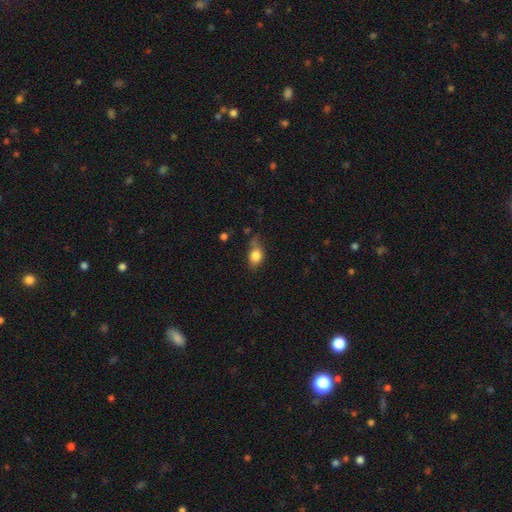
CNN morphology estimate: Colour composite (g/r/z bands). It shows a smooth galaxy with no disk features (80%) that is in between round and cigar-shaped (67%). Merging: none (52%).